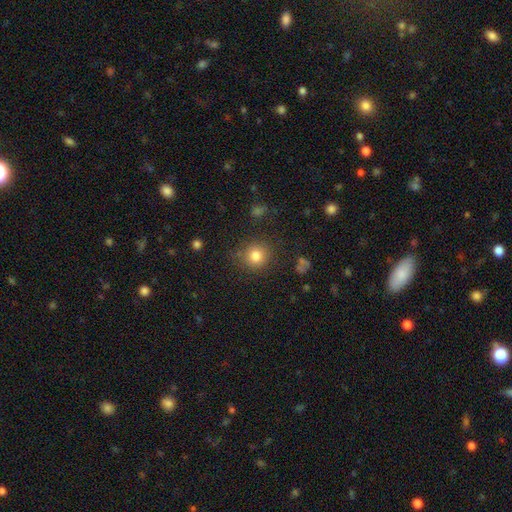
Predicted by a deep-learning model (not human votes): Q: Smooth or featured?
A: smooth (82%); runner-up: star or artifact (12%)
Q: How rounded?
A: round (90%); runner-up: in between (9%)
Q: Merging?
A: none (83%); runner-up: minor disturbance (10%)